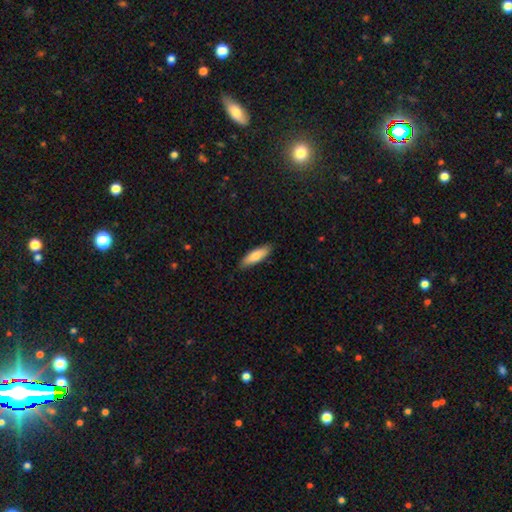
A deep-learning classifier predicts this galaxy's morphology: A smooth galaxy with no disk features (79%) that is cigar-shaped (51%).

Vote fractions:
- Smooth or featured? smooth: 79% / featured or disk: 16% / star or artifact: 6%
- How rounded? cigar-shaped: 51% / in between: 47% / round: 2%
- Merging? none: 86% / minor disturbance: 11% / major disturbance: 2% / merger: 1%